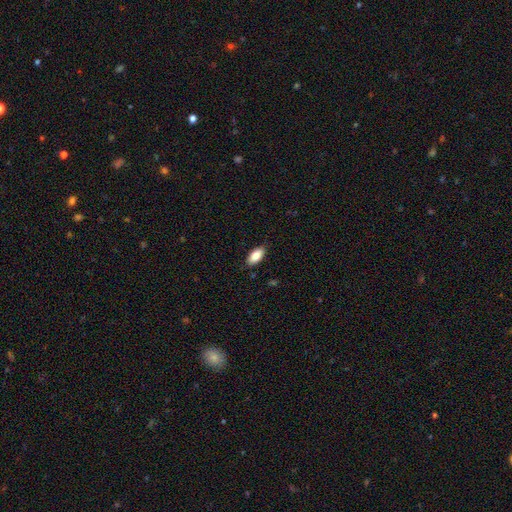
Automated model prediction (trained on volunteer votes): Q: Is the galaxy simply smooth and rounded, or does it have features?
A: smooth — 85%.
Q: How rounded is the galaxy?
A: in between — 91%.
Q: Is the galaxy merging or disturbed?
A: none — 86%.